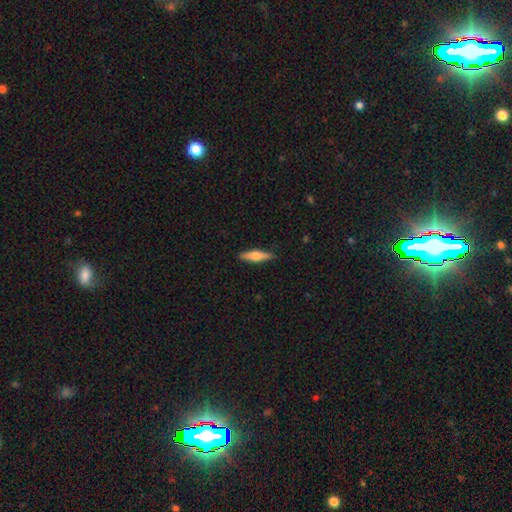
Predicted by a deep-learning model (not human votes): Morphology: type=featured or disk (49%); merging=none (89%).